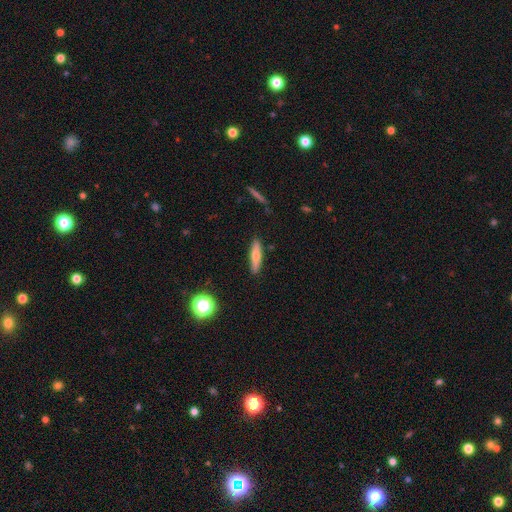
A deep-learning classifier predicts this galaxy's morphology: This appears to be a smooth galaxy with no disk features (62%) that is cigar-shaped (77%). Merging: none (88%).